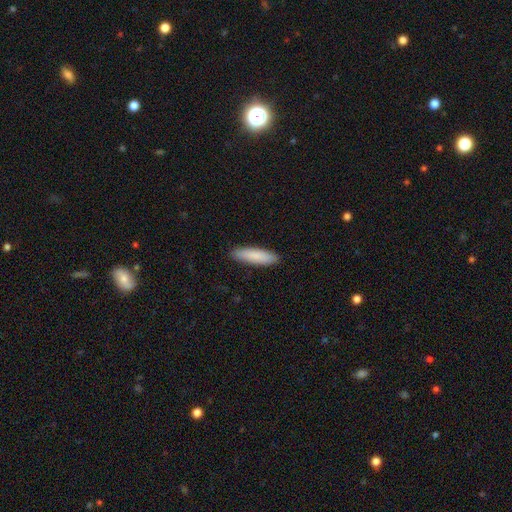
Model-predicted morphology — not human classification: Overall: smooth (86%). How rounded: cigar-shaped (72%). Merging: none (91%).